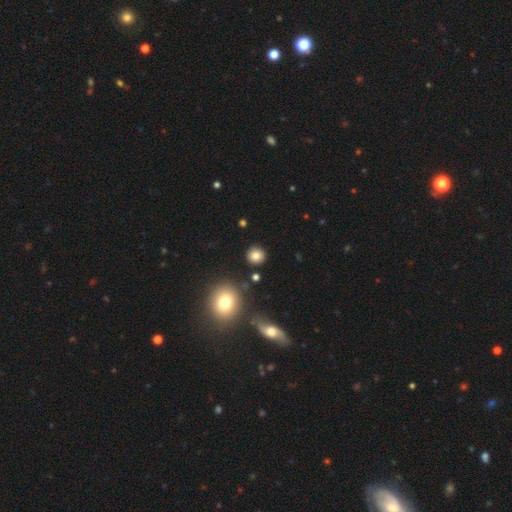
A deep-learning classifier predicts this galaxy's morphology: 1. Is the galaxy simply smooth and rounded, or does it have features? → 81% smooth, 12% star or artifact, 7% featured or disk.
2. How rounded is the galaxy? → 91% round, 8% in between, 1% cigar-shaped.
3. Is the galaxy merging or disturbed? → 89% none, 6% minor disturbance, 2% major disturbance, 2% merger.